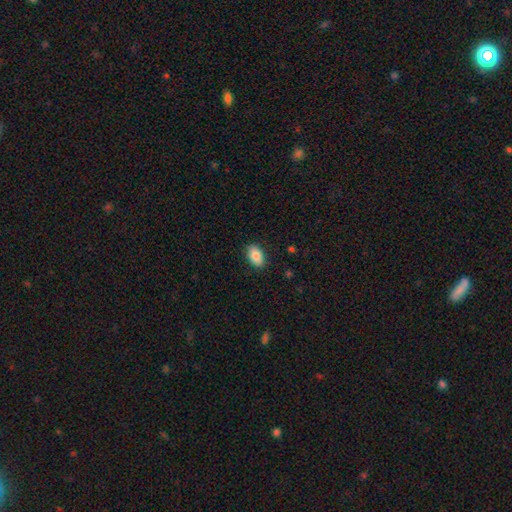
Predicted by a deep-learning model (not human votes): This appears to be a smooth galaxy with no disk features (85%) that is in between round and cigar-shaped (91%). Merging: none (88%).